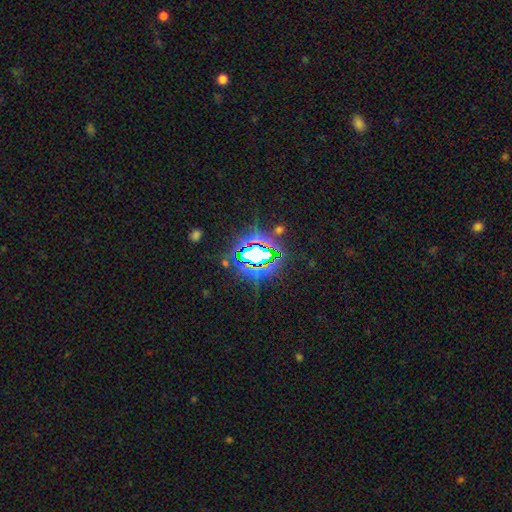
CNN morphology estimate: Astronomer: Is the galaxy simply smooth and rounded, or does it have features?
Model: star or artifact — 73%.